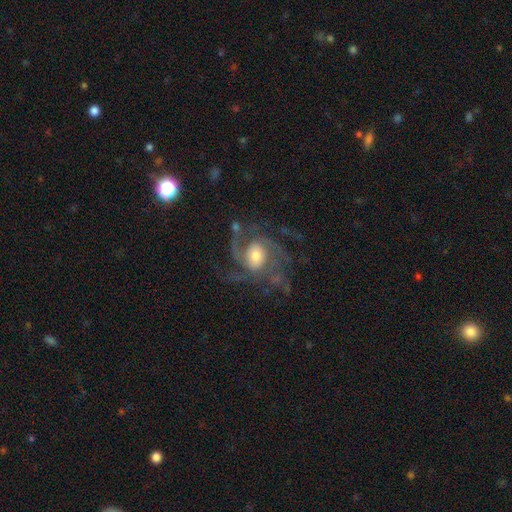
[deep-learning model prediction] Smooth or featured? featured or disk (84%)
Edge-on disk? no (98%)
Bar? no (65%)
Spiral arms? yes (95%)
Spiral winding? medium (51%)
Spiral arm count? 3 (29%)
Bulge size? moderate (56%)
Merging? none (57%)